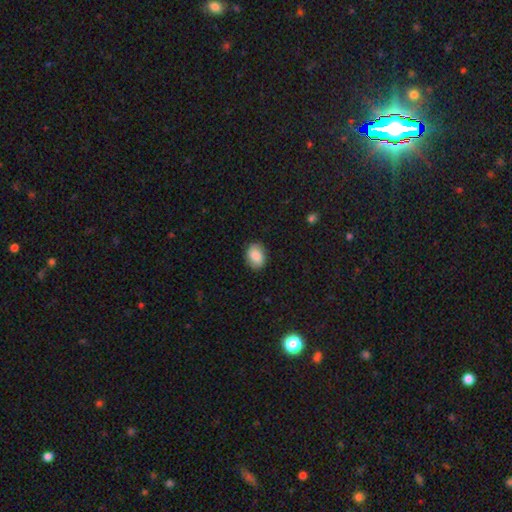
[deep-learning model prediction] This is clearly a smooth galaxy (86%). How rounded: likely in between (67%). Merging: clearly none (86%).